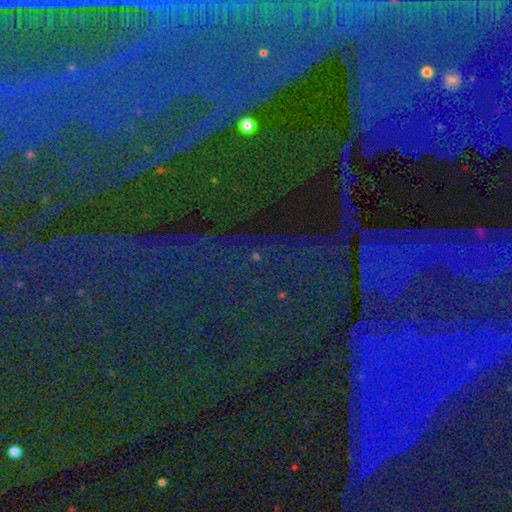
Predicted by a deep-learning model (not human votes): smooth-or-featured: star or artifact: 83% | featured or disk: 8% | smooth: 8%